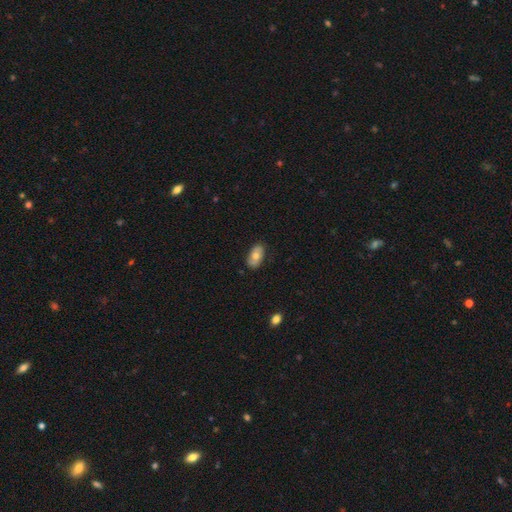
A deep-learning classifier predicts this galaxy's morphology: type=smooth (69%); roundness=in between (93%); merging=none (82%).